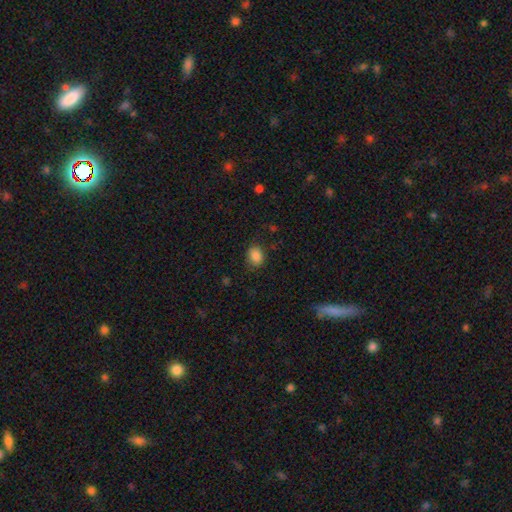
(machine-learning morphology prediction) Smooth or featured? Predicted: smooth (p=0.86). How rounded? Predicted: in between (p=0.55). Merging? Predicted: none (p=0.81).